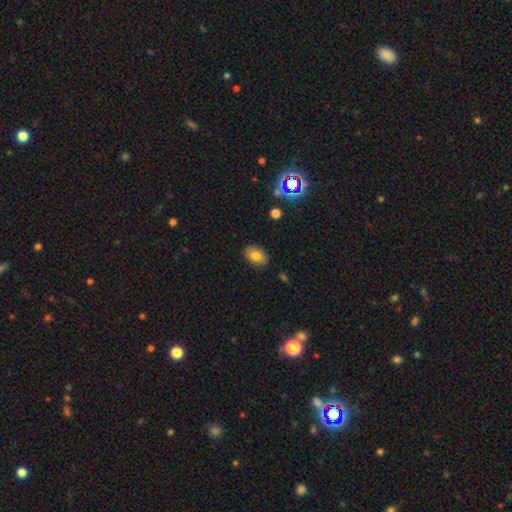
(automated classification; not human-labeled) Overall: smooth (75%). How rounded: in between (84%). Merging: none (86%).